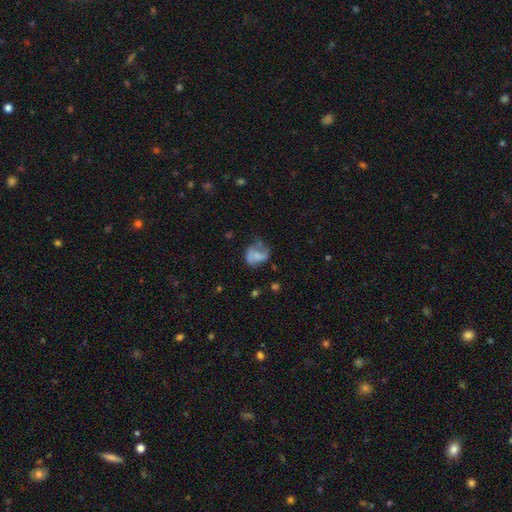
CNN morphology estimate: Smooth or featured: featured or disk — 51% (smooth — 39%)
Edge-on disk: no — 98% (yes — 2%)
Merging: none — 43% (minor disturbance — 27%)